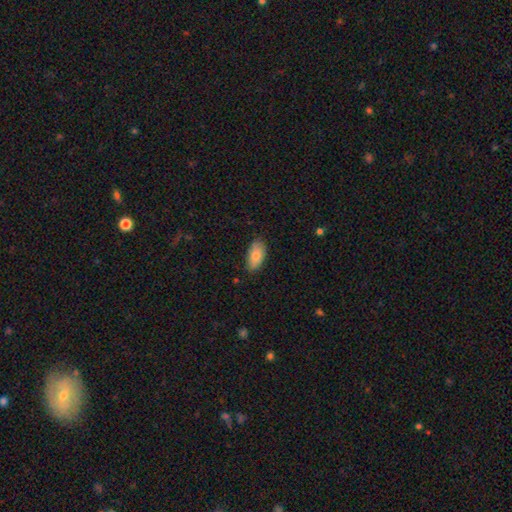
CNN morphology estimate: Q: Smooth or featured?
A: smooth (82%); runner-up: featured or disk (12%)
Q: How rounded?
A: in between (92%); runner-up: cigar-shaped (5%)
Q: Merging?
A: none (77%); runner-up: minor disturbance (19%)